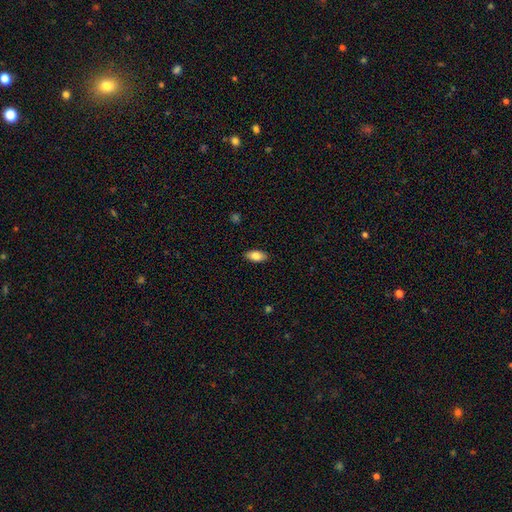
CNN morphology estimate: Q: Smooth or featured?
A: smooth (82%); runner-up: featured or disk (11%)
Q: How rounded?
A: in between (90%); runner-up: cigar-shaped (6%)
Q: Merging?
A: none (88%); runner-up: minor disturbance (9%)